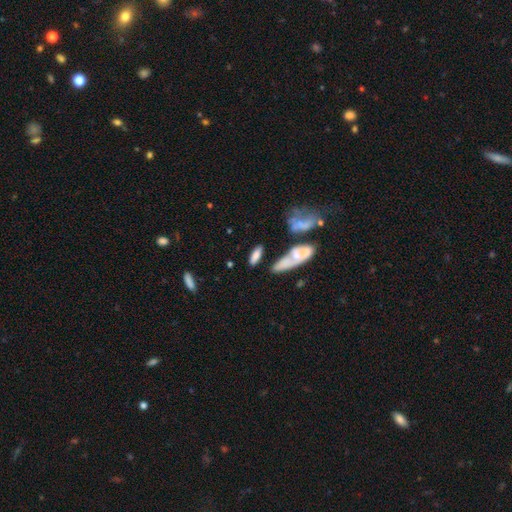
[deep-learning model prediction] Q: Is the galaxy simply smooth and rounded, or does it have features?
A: smooth — 72%.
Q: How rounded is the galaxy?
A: in between — 62%.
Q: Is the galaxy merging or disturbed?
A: none — 64%.